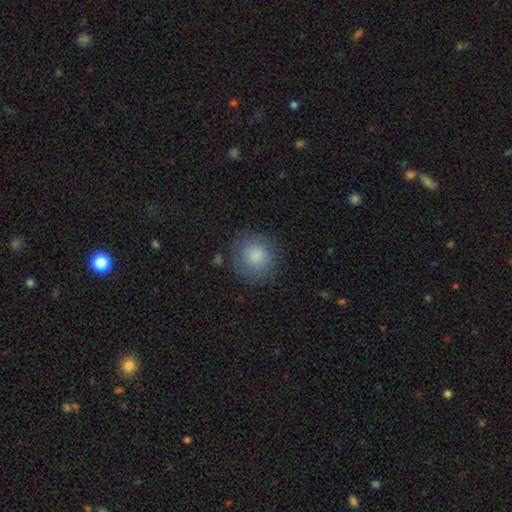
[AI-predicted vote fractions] Q: Smooth or featured?
A: smooth (83%); runner-up: featured or disk (10%)
Q: How rounded?
A: round (90%); runner-up: in between (9%)
Q: Merging?
A: none (81%); runner-up: minor disturbance (13%)